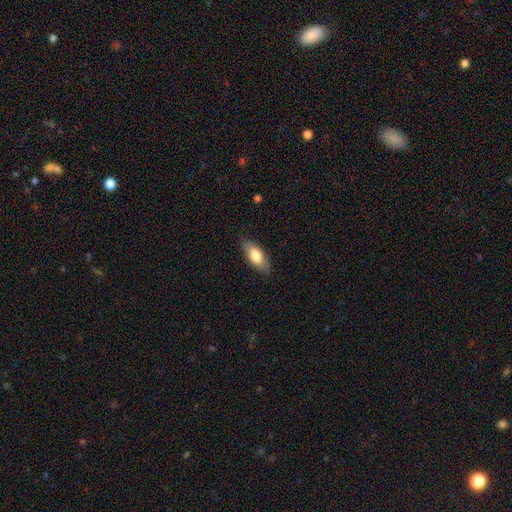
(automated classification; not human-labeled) Smooth or featured: smooth — 73% (featured or disk — 21%)
How rounded: in between — 83% (cigar-shaped — 15%)
Merging: none — 84% (minor disturbance — 13%)